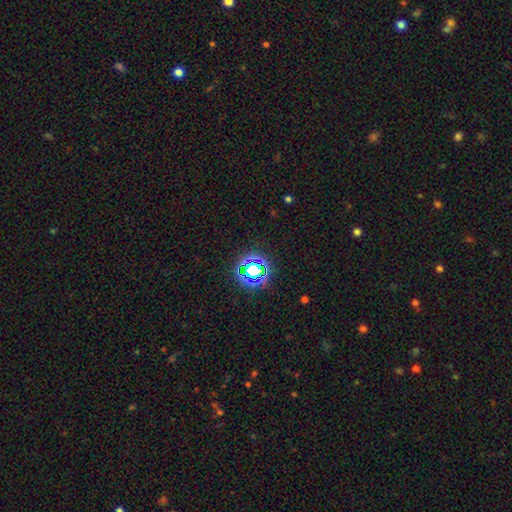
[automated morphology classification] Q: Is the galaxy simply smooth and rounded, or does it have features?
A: star or artifact — 77%.